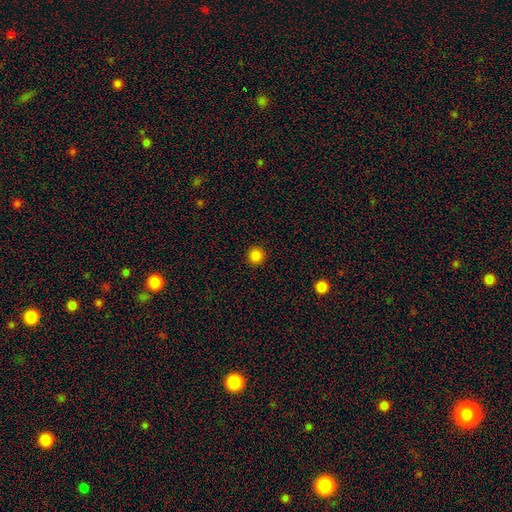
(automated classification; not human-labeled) smooth_or_featured: smooth (p=0.85) [alt: star or artifact p=0.12]
how_rounded: round (p=0.94) [alt: in between p=0.05]
merging: none (p=0.93) [alt: minor disturbance p=0.05]